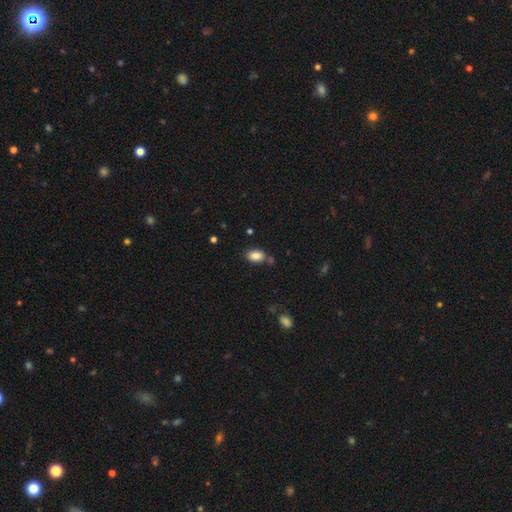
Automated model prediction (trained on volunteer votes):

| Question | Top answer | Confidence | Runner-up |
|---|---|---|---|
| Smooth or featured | smooth | 87% | star or artifact (9%) |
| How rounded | in between | 88% | round (10%) |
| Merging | none | 73% | minor disturbance (14%) |